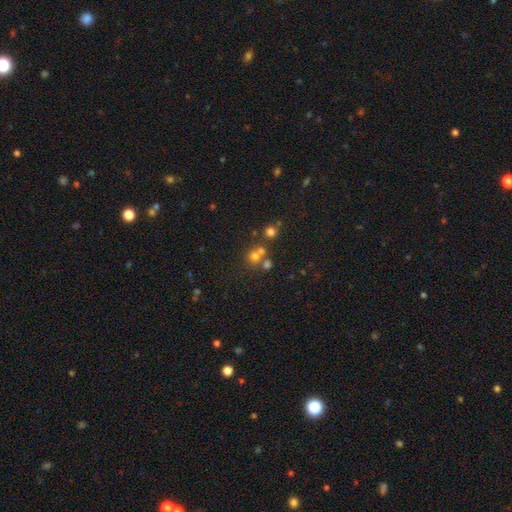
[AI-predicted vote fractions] The model was most divided on "merging": none: 52%, merger: 37%, minor disturbance: 7%, major disturbance: 4%. More confident: how rounded — round (85%); smooth or featured — smooth (58%).